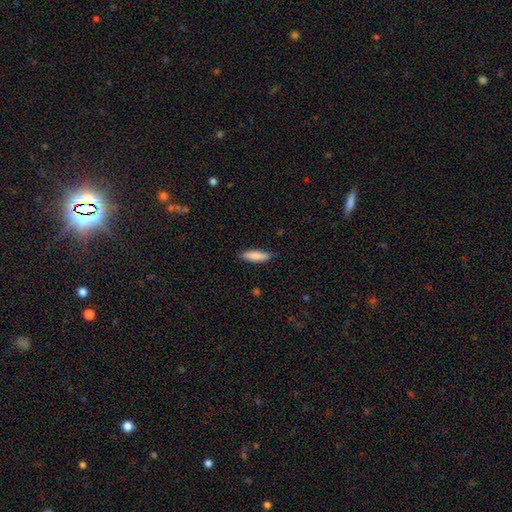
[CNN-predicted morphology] This is clearly a smooth galaxy (84%). How rounded: likely cigar-shaped (64%). Merging: likely none (80%).